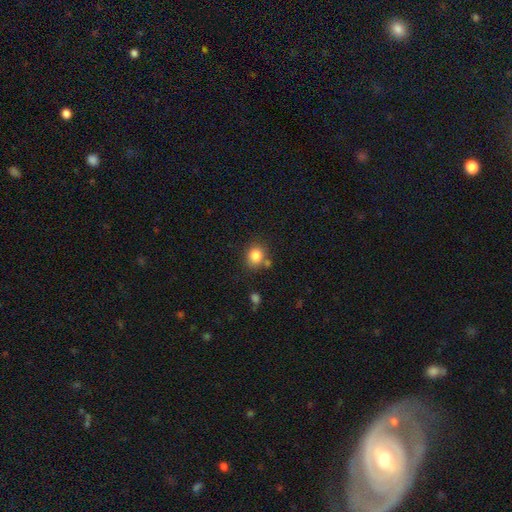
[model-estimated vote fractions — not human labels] This is clearly a smooth galaxy (84%). How rounded: likely round (71%). Merging: likely none (73%).